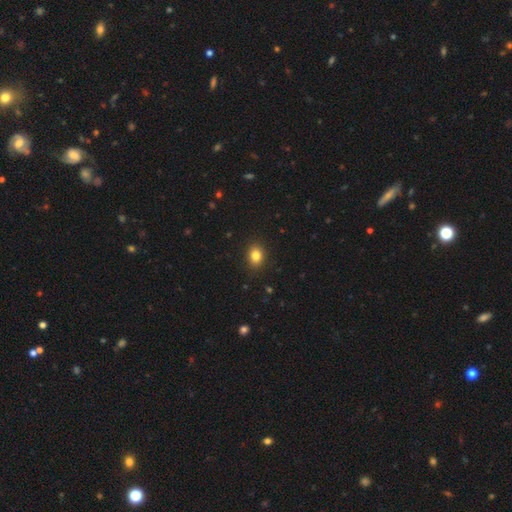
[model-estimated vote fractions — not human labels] Morphology: type=smooth (83%); roundness=in between (54%); merging=none (90%).